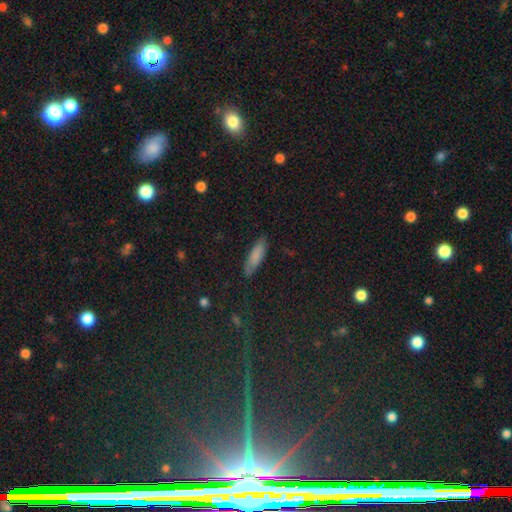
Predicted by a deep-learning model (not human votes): This is clearly a smooth galaxy (80%). How rounded: possibly cigar-shaped (54%). Merging: clearly none (81%).